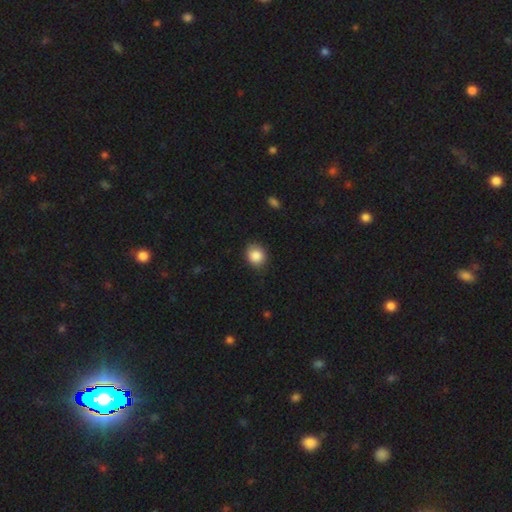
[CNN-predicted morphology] Smooth or featured? Predicted: smooth (p=0.87). How rounded? Predicted: round (p=0.69). Merging? Predicted: none (p=0.82).